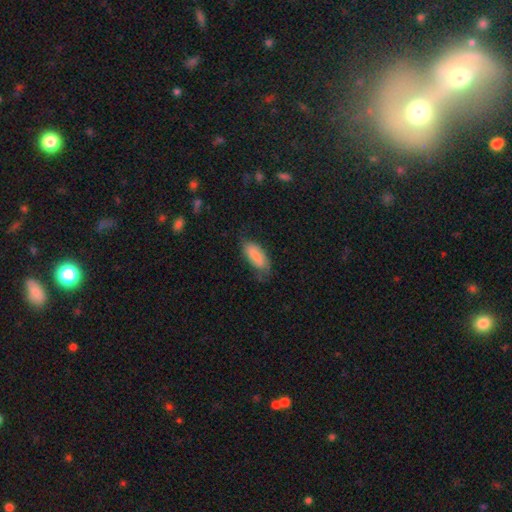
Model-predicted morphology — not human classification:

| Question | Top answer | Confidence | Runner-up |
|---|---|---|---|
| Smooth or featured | smooth | 79% | featured or disk (14%) |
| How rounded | in between | 83% | cigar-shaped (15%) |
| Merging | none | 57% | minor disturbance (31%) |